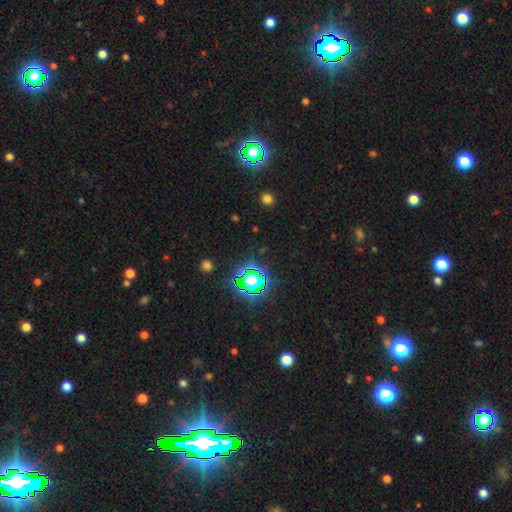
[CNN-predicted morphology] Overall: star or artifact (80%).